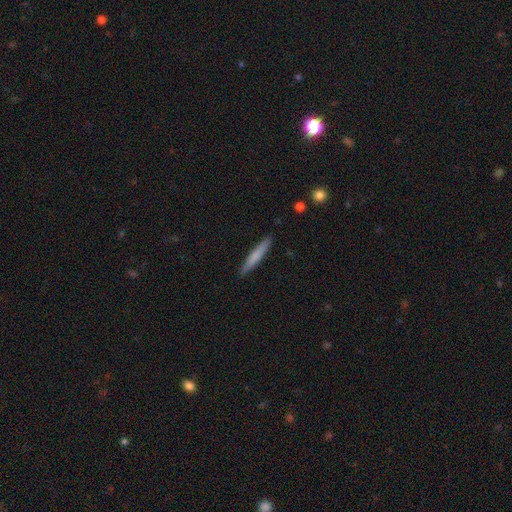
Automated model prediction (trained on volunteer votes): Overall: smooth (71%). How rounded: cigar-shaped (95%). Merging: none (90%).